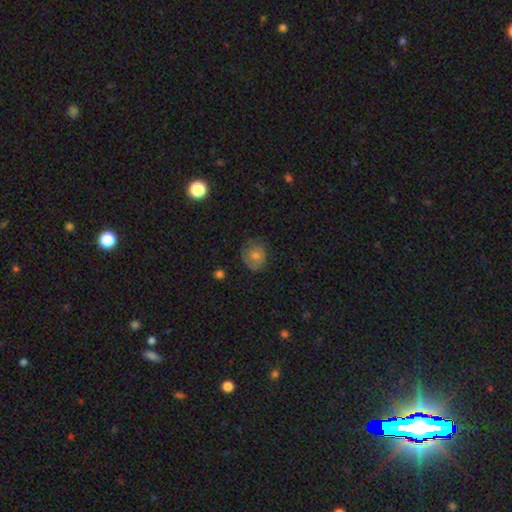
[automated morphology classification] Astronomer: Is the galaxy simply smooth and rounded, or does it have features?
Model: smooth — 63%.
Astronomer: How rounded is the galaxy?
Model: round — 74%.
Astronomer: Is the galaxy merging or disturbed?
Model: none — 70%.